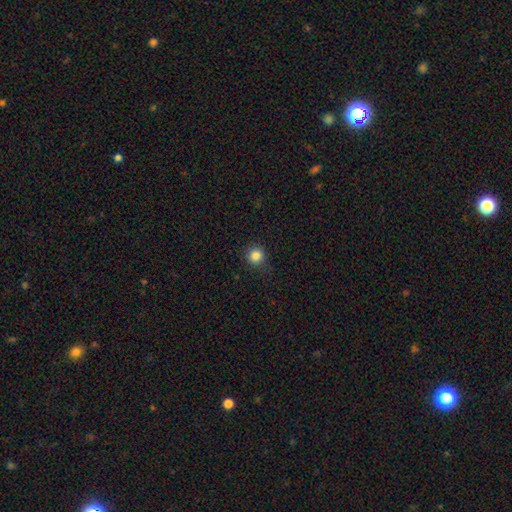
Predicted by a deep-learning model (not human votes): smooth 85%, star or artifact 11%, featured or disk 4%. Down the decision tree: how rounded — round (93%); merging — none (87%).